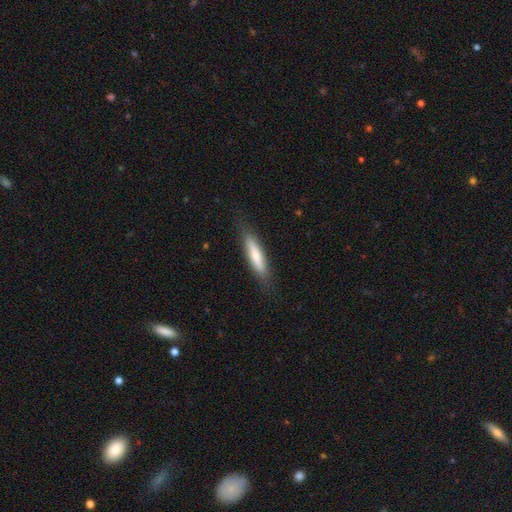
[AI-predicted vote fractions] This is likely a smooth galaxy (68%). How rounded: clearly cigar-shaped (84%). Merging: clearly none (83%).